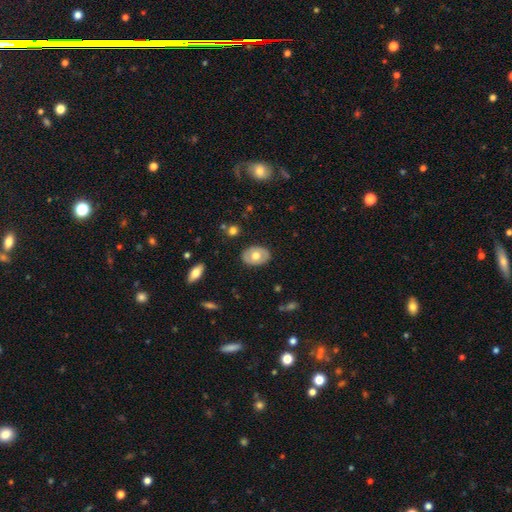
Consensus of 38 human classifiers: Overall: smooth (61%; featured or disk 34%). How rounded: in between (78%). Merging: none (94%).